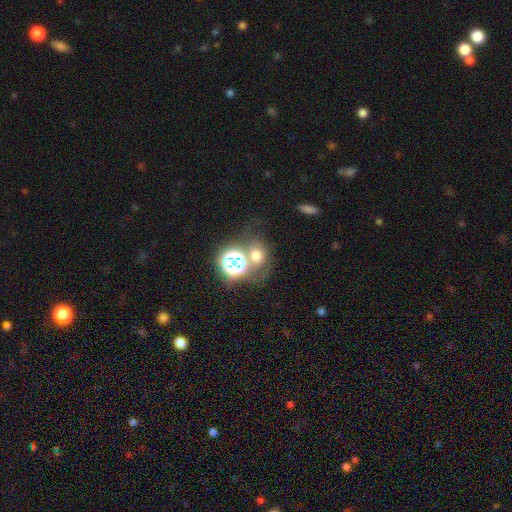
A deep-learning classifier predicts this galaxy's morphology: Q: Smooth or featured?
A: smooth (53%); runner-up: star or artifact (32%)
Q: How rounded?
A: round (65%); runner-up: in between (34%)
Q: Merging?
A: none (46%); runner-up: merger (34%)